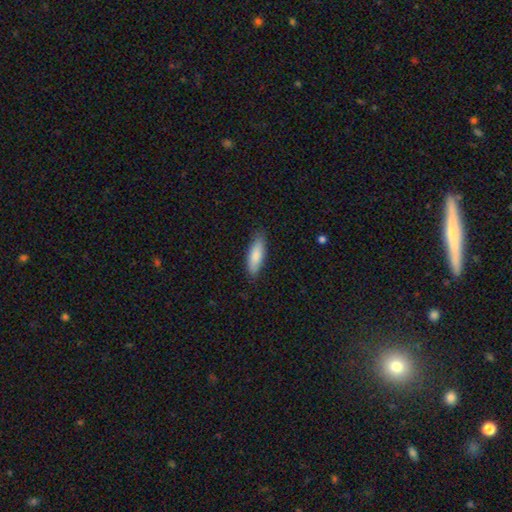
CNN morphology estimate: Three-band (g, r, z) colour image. It shows a smooth galaxy with no disk features (84%) that is in between round and cigar-shaped (57%). Merging: none (81%).